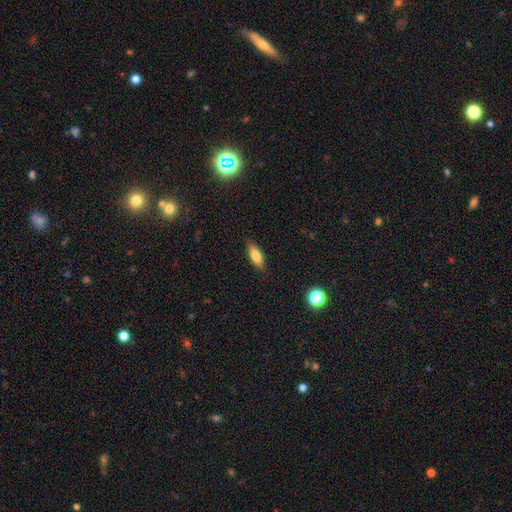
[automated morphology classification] Smooth or featured? Predicted: smooth (p=0.77). How rounded? Predicted: in between (p=0.68). Merging? Predicted: none (p=0.86).